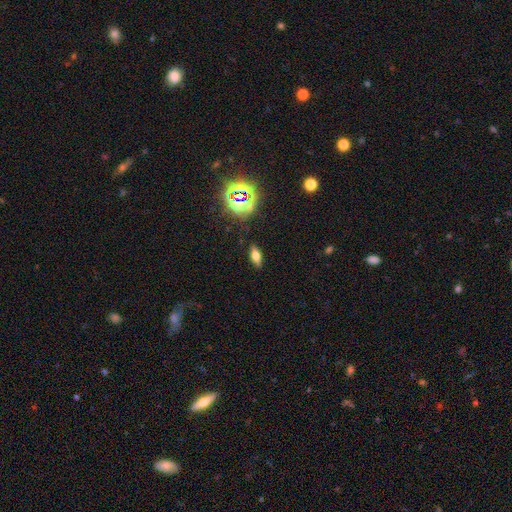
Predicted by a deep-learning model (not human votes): Overall: smooth (56%; featured or disk 26%). How rounded: in between (72%). Merging: none (86%).